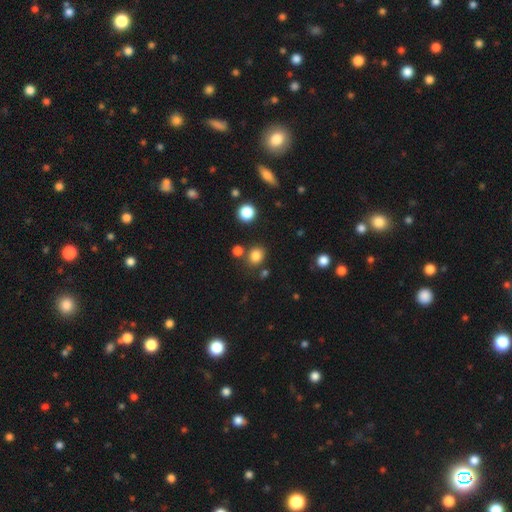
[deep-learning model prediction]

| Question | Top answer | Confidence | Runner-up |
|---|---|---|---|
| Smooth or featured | smooth | 82% | star or artifact (13%) |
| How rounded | round | 66% | in between (33%) |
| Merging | none | 77% | minor disturbance (10%) |